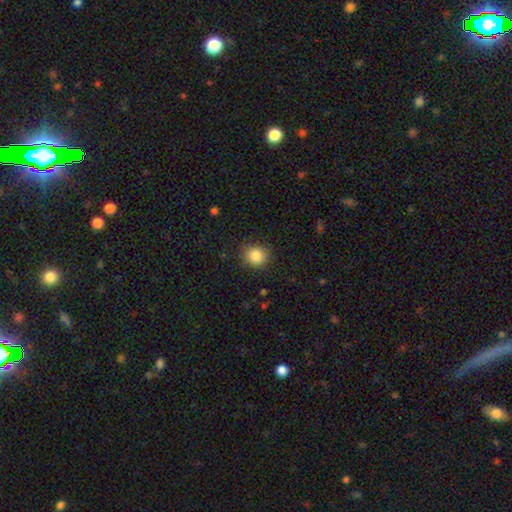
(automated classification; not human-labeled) Smooth or featured? Predicted: smooth (p=0.85). How rounded? Predicted: round (p=0.86). Merging? Predicted: none (p=0.85).